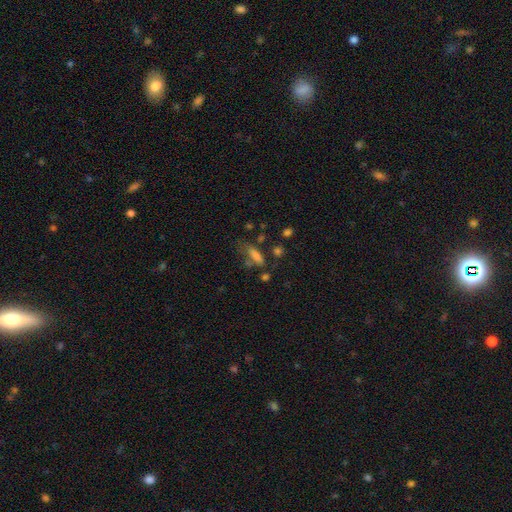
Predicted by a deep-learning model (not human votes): The model was most divided on "how rounded": cigar-shaped: 50%, in between: 47%, round: 4%. Remaining: smooth or featured — smooth (74%); merging — none (50%).